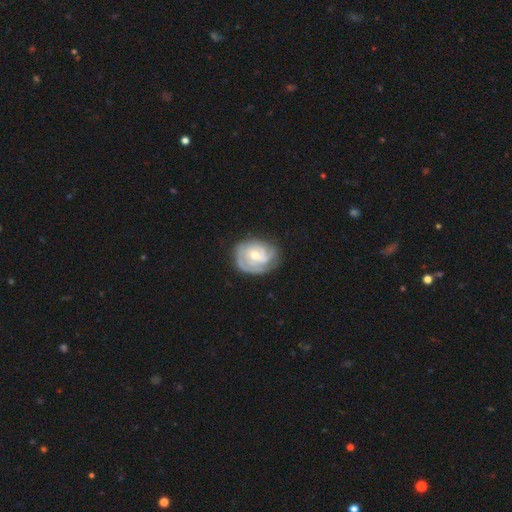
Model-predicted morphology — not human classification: A featured or disk galaxy (82%) with no bar (56%), 2 (29%) tight (65%) spiral arms (94%) and a moderate central bulge (53%). Merging: none (71%).